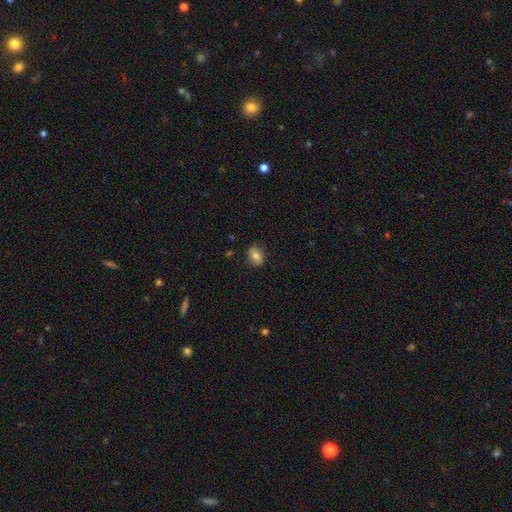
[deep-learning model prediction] smooth_or_featured: smooth (p=0.78) [alt: featured or disk p=0.14]
how_rounded: in between (p=0.72) [alt: round p=0.26]
merging: none (p=0.82) [alt: minor disturbance p=0.14]